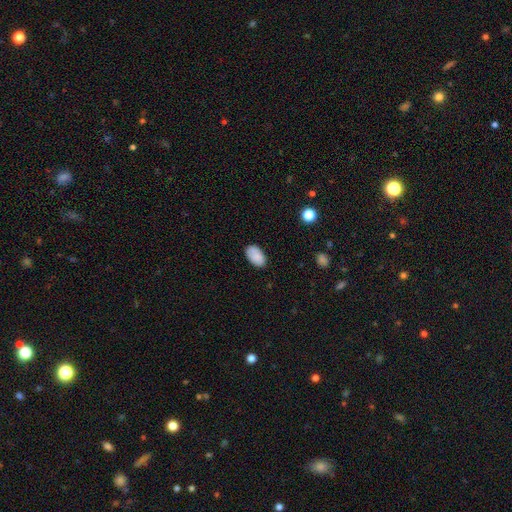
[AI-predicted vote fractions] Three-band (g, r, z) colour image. It shows a smooth galaxy with no disk features (86%) that is in between round and cigar-shaped (94%). Merging: none (81%).